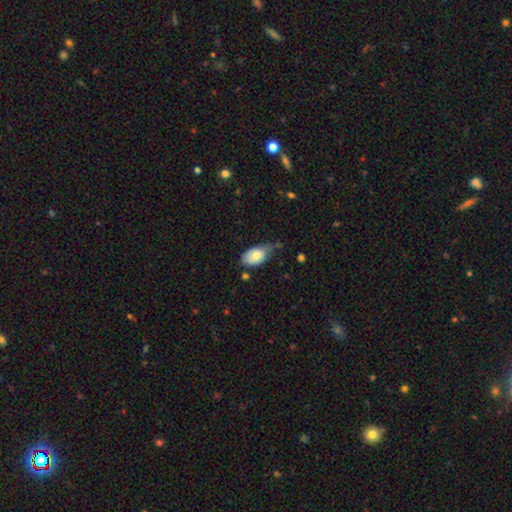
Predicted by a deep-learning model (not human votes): smooth 75%, featured or disk 18%, star or artifact 7%. Down the decision tree: how rounded — in between (90%); merging — none (43%).